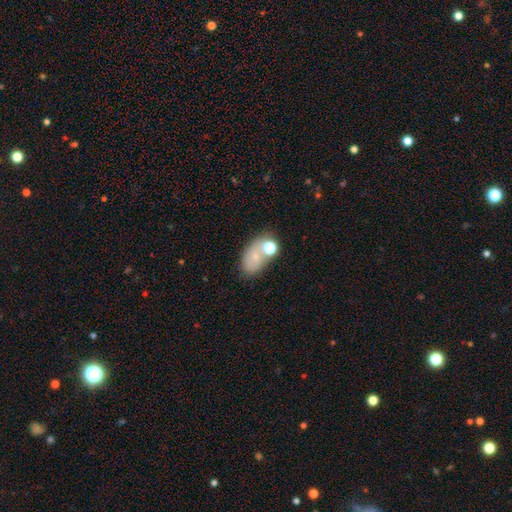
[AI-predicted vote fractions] Smooth or featured? smooth (64%)
How rounded? in between (83%)
Merging? none (46%)